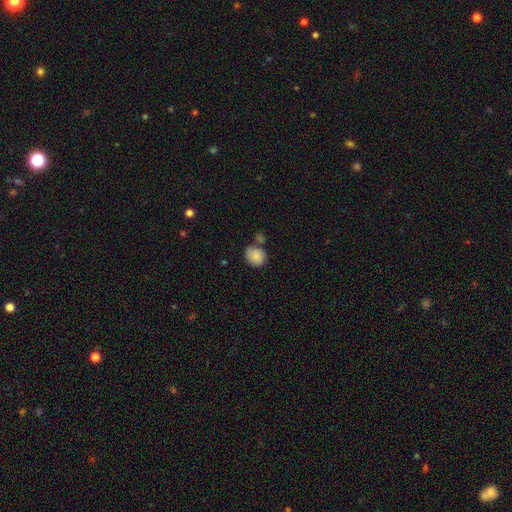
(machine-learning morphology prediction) A smooth galaxy with no disk features (83%) that is round (77%).

Vote fractions:
- Smooth or featured? smooth: 83% / featured or disk: 9% / star or artifact: 8%
- How rounded? round: 77% / in between: 23% / cigar-shaped: 1%
- Merging? none: 61% / merger: 17% / minor disturbance: 17% / major disturbance: 4%